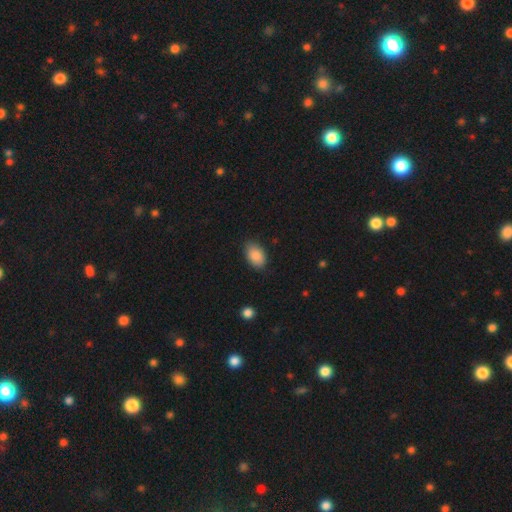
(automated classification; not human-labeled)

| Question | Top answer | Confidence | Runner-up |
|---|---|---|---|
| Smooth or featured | smooth | 89% | star or artifact (7%) |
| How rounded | in between | 90% | round (9%) |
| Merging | none | 81% | minor disturbance (15%) |